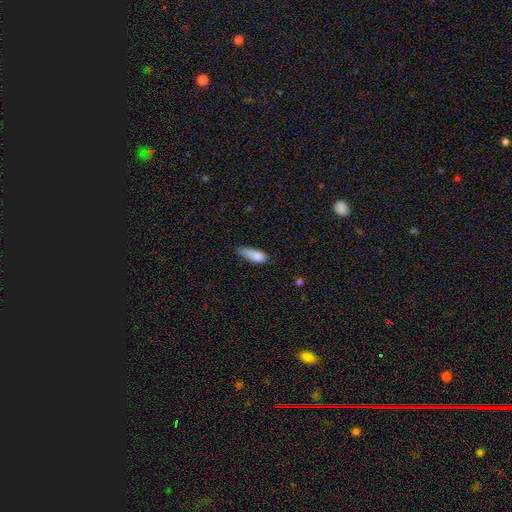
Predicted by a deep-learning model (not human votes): smooth 81%, featured or disk 11%, star or artifact 8%. Down the decision tree: how rounded — in between (65%); merging — minor disturbance (43%).